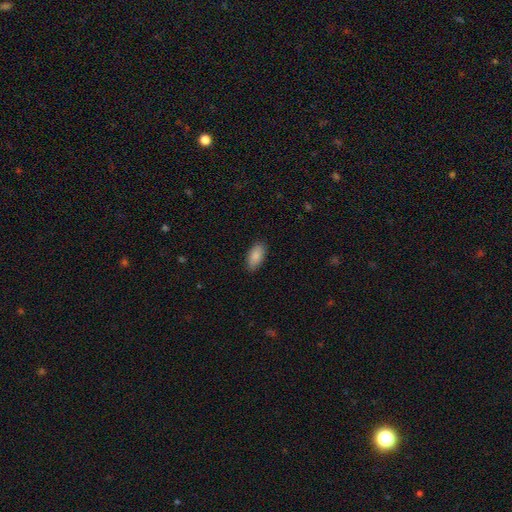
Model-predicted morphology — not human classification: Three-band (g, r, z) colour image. It shows a smooth galaxy with no disk features (87%) that is in between round and cigar-shaped (93%). Merging: none (87%).